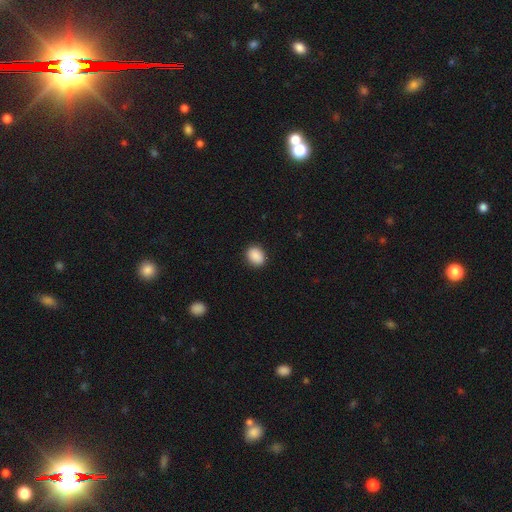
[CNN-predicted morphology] This is clearly a smooth galaxy (89%). How rounded: possibly in between (54%). Merging: clearly none (89%).